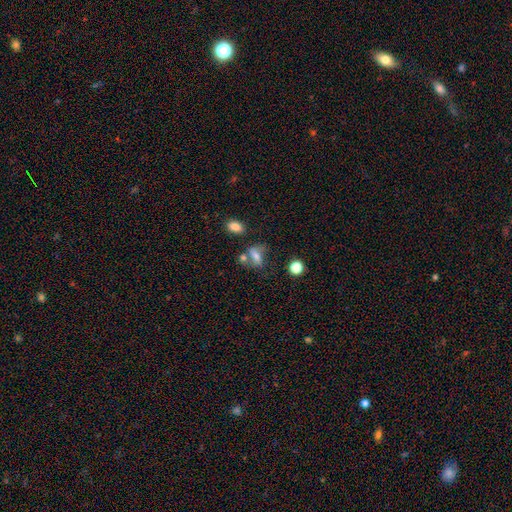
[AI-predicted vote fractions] Smooth or featured: smooth — 57% (featured or disk — 29%)
How rounded: in between — 67% (round — 21%)
Merging: none — 49% (merger — 20%)